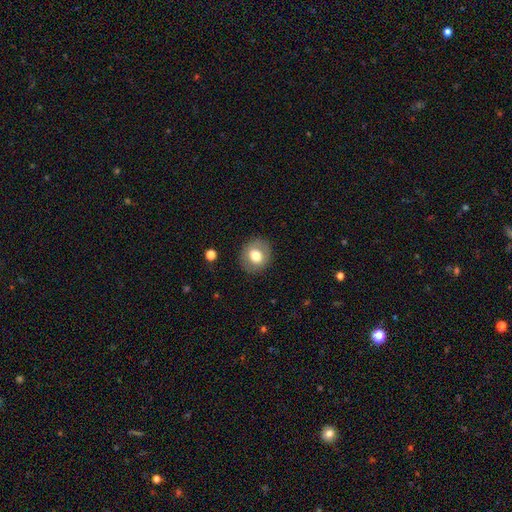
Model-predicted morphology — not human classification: This appears to be a smooth galaxy with no disk features (73%) that is round (80%). Merging: none (88%).